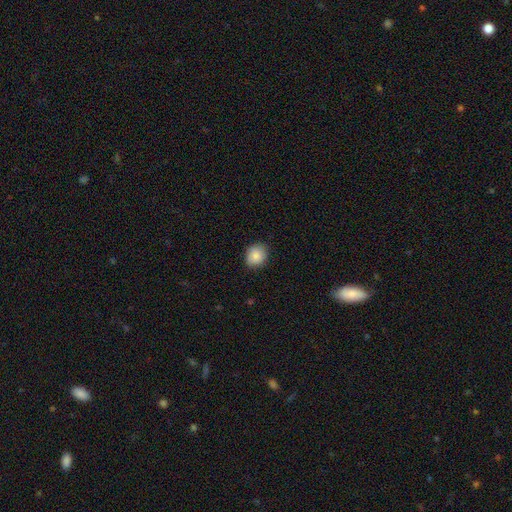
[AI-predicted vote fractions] smooth-or-featured: smooth: 86% | star or artifact: 8% | featured or disk: 6%
  how-rounded: round: 63% | in between: 36% | cigar-shaped: 1%
  merging: none: 83% | minor disturbance: 13% | major disturbance: 2% | merger: 1%